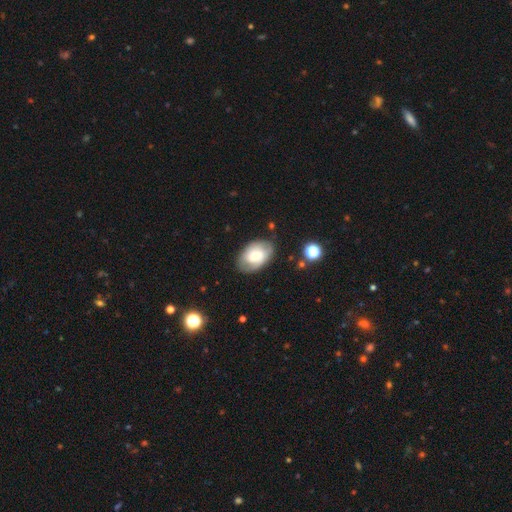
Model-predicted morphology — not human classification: The model was most divided on "smooth or featured": smooth: 52%, featured or disk: 40%, star or artifact: 8%. More confident: how rounded — in between (87%); merging — none (74%).